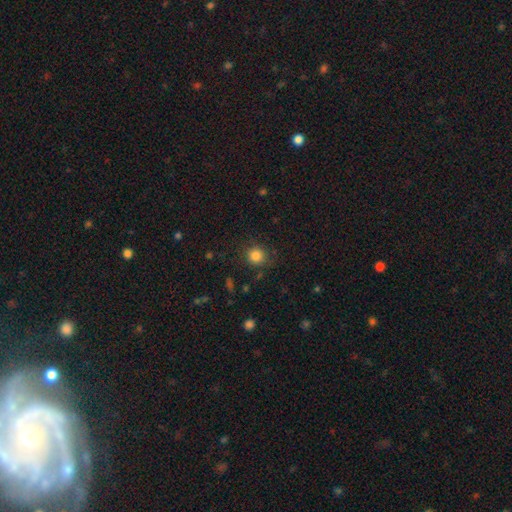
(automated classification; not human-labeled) Smooth or featured? smooth (83%)
How rounded? round (91%)
Merging? none (85%)